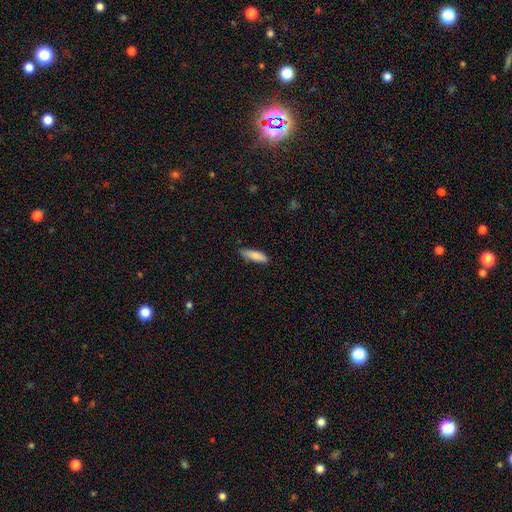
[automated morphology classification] This is clearly a smooth galaxy (84%). How rounded: possibly cigar-shaped (59%). Merging: clearly none (82%).